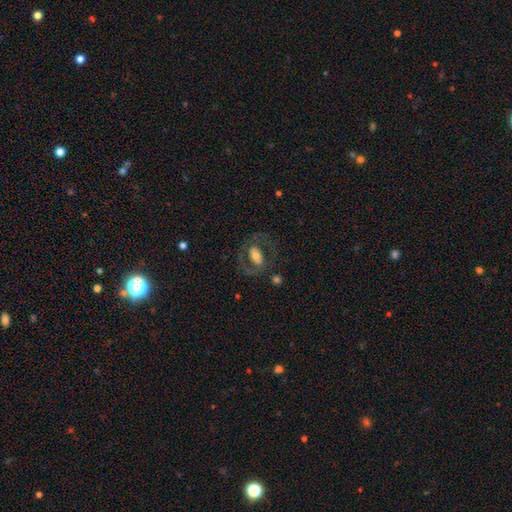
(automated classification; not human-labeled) Q: Smooth or featured?
A: featured or disk (49%); runner-up: smooth (42%)
Q: Merging?
A: none (63%); runner-up: major disturbance (19%)